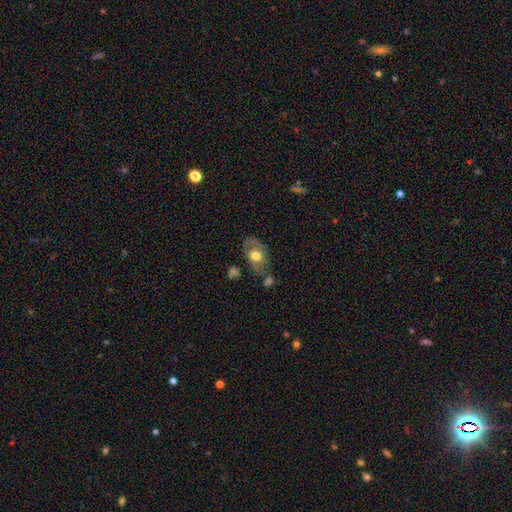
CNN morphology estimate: Q: Smooth or featured?
A: featured or disk (54%); runner-up: smooth (38%)
Q: Edge-on disk?
A: no (92%); runner-up: yes (8%)
Q: Merging?
A: none (55%); runner-up: minor disturbance (23%)